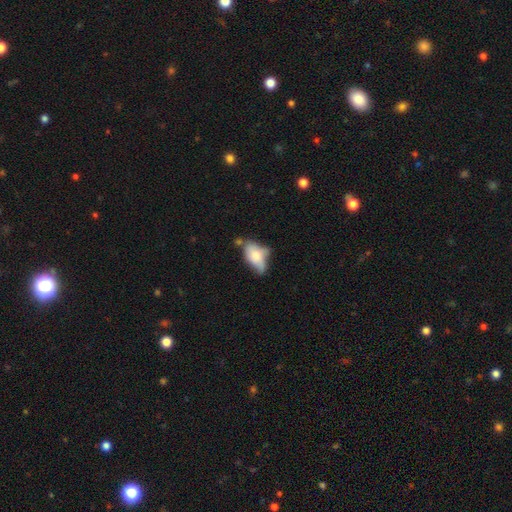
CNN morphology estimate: type=smooth (66%); roundness=in between (87%); merging=minor disturbance (32%).